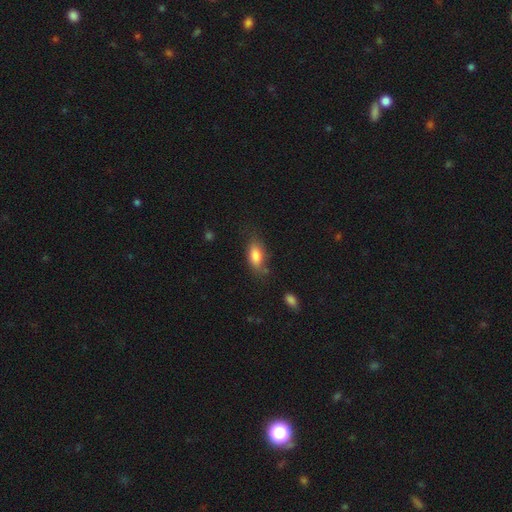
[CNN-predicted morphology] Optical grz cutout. It shows a smooth galaxy with no disk features (81%) that is in between round and cigar-shaped (86%). Merging: none (64%).